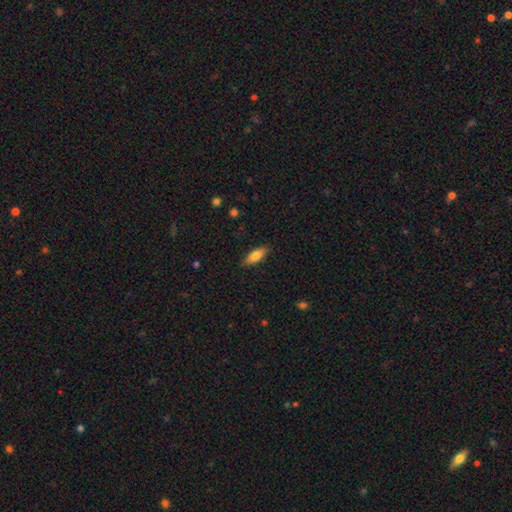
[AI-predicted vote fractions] Q: Smooth or featured?
A: smooth (76%); runner-up: featured or disk (17%)
Q: How rounded?
A: in between (59%); runner-up: cigar-shaped (38%)
Q: Merging?
A: none (87%); runner-up: minor disturbance (10%)